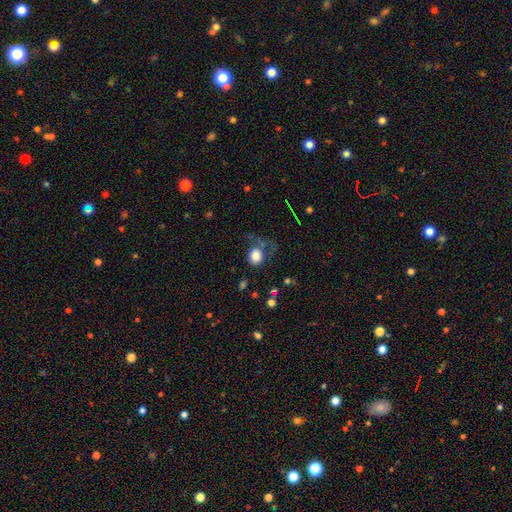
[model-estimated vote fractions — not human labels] Q: Smooth or featured?
A: smooth (80%); runner-up: star or artifact (10%)
Q: How rounded?
A: round (70%); runner-up: in between (29%)
Q: Merging?
A: none (44%); runner-up: major disturbance (30%)